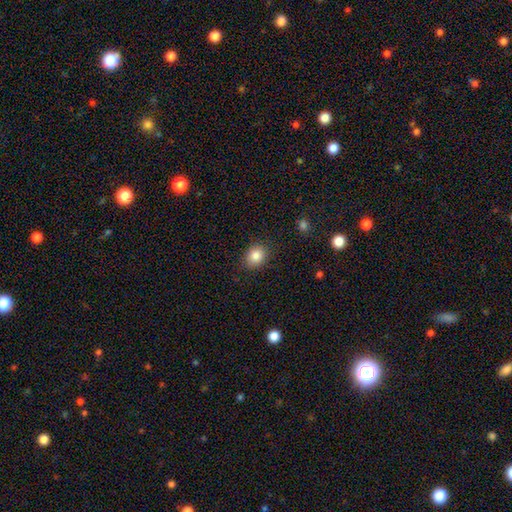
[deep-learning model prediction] Smooth or featured?
  - smooth: 85% *
  - star or artifact: 10%
  - featured or disk: 6%
How rounded?
  - round: 62% *
  - in between: 37%
  - cigar-shaped: 1%
Merging?
  - none: 85% *
  - minor disturbance: 11%
  - major disturbance: 3%
  - merger: 1%